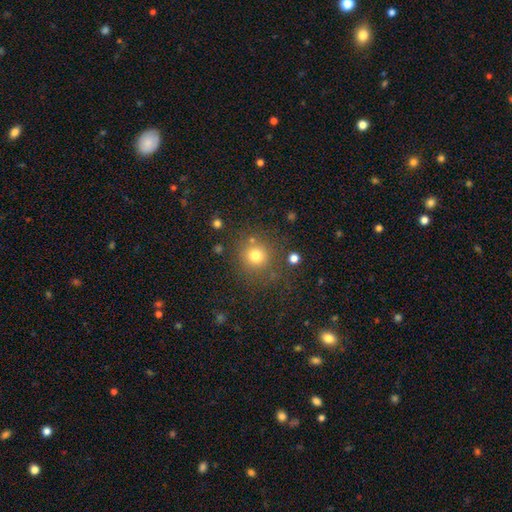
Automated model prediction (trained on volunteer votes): A smooth galaxy with no disk features (77%) that is round (92%). Merging: none (78%).